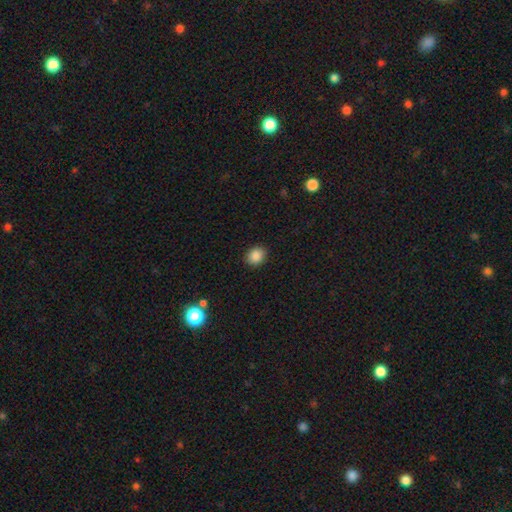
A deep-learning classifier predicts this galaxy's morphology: Smooth or featured?
  - smooth: 87% *
  - star or artifact: 9%
  - featured or disk: 3%
How rounded?
  - round: 55% *
  - in between: 45%
  - cigar-shaped: 1%
Merging?
  - none: 90% *
  - minor disturbance: 7%
  - major disturbance: 2%
  - merger: 1%